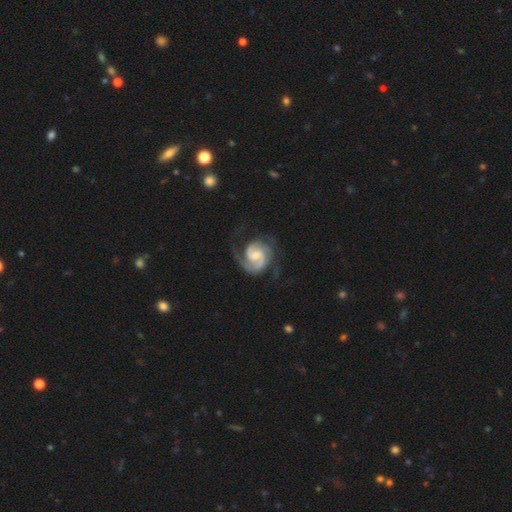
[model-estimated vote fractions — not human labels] A featured or disk galaxy (90%) with a weak bar (48%), 2 (84%) medium (48%) spiral arms (98%) and a moderate central bulge (43%).

Vote fractions:
- Smooth or featured? featured or disk: 90% / smooth: 6% / star or artifact: 4%
- Edge-on disk? no: 98% / yes: 2%
- Bar? weak: 48% / no: 41% / strong: 11%
- Spiral arms? yes: 98% / no: 2%
- Spiral winding? medium: 48% / tight: 40% / loose: 12%
- Spiral arm count? 2: 84% / 3: 5% / can't tell: 4% / 1: 4% / 4: 1% / more than 4: 1%
- Bulge size? moderate: 43% / small: 40% / none: 11% / large: 6% / dominant: 1%
- Merging? none: 69% / minor disturbance: 18% / major disturbance: 12% / merger: 1%